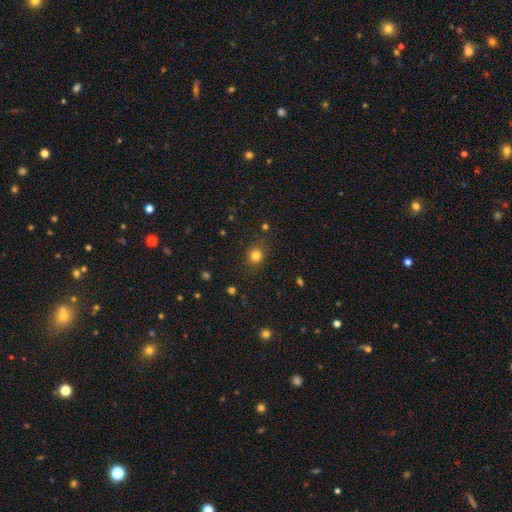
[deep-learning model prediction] Smooth or featured?
  - smooth: 79% *
  - star or artifact: 14%
  - featured or disk: 6%
How rounded?
  - round: 76% *
  - in between: 23%
  - cigar-shaped: 1%
Merging?
  - none: 82% *
  - minor disturbance: 12%
  - major disturbance: 4%
  - merger: 2%